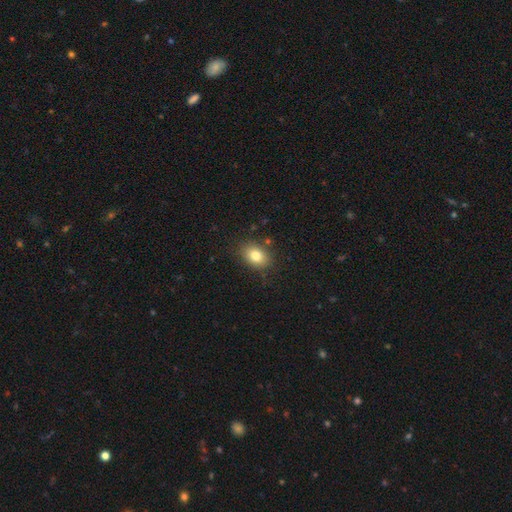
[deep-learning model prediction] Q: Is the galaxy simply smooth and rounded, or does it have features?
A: smooth — 81%.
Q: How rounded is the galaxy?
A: in between — 66%.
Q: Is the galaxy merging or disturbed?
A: none — 84%.